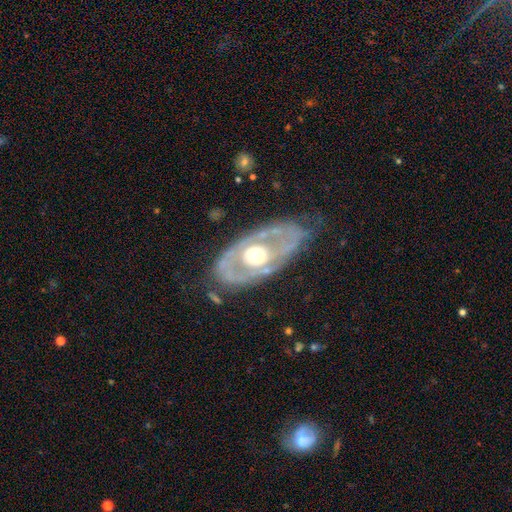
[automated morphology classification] smooth_or_featured: featured or disk (p=0.75) [alt: smooth p=0.21]
disk_edge_on: no (p=0.90) [alt: yes p=0.10]
bar: no (p=0.83) [alt: weak p=0.12]
has_spiral_arms: no (p=0.66) [alt: yes p=0.34]
bulge_size: moderate (p=0.63) [alt: large p=0.26]
merging: none (p=0.69) [alt: minor disturbance p=0.19]